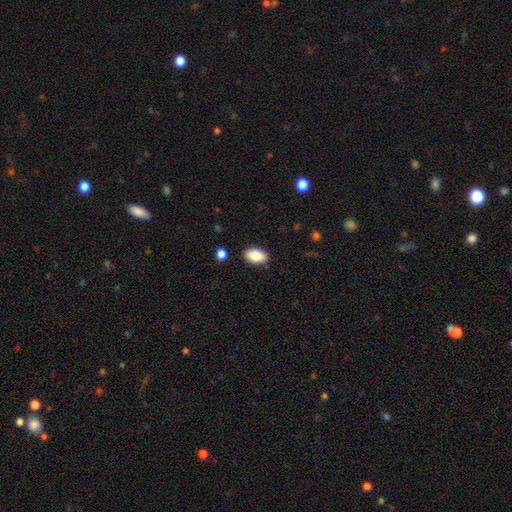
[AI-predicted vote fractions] Morphology: type=smooth (86%); roundness=in between (93%); merging=none (87%).